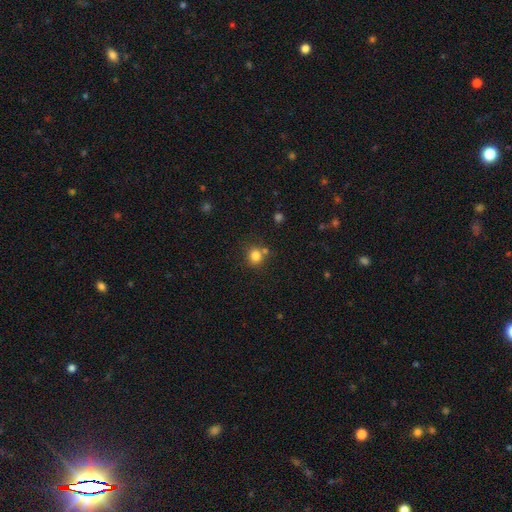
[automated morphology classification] Smooth or featured?
  - smooth: 82% *
  - star or artifact: 12%
  - featured or disk: 6%
How rounded?
  - round: 81% *
  - in between: 18%
  - cigar-shaped: 1%
Merging?
  - none: 67% *
  - merger: 18%
  - minor disturbance: 11%
  - major disturbance: 4%